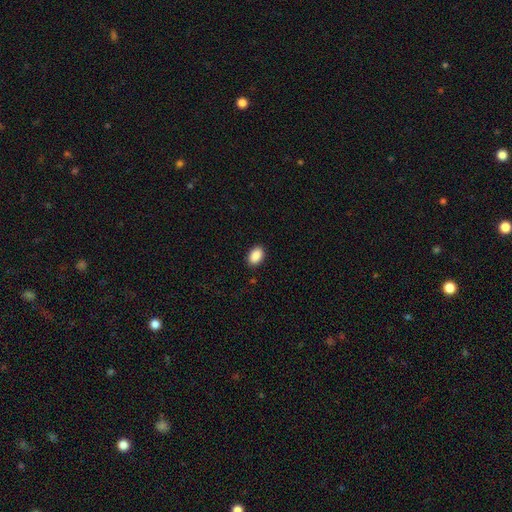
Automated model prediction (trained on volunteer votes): Morphology: type=smooth (90%); roundness=in between (88%); merging=none (90%).